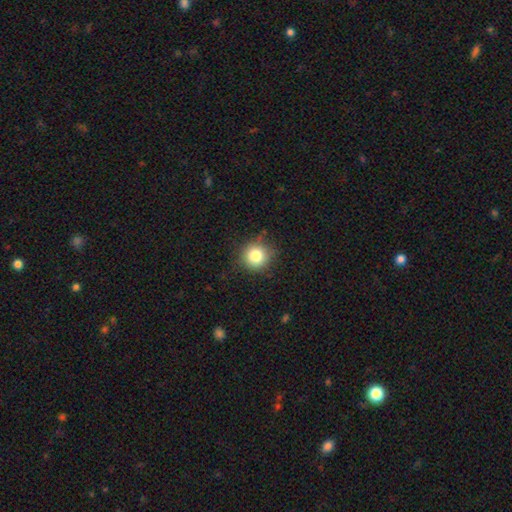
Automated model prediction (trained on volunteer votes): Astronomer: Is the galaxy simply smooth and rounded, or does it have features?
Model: smooth — 83%.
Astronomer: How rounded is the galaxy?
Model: round — 92%.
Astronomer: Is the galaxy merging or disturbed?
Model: none — 85%.